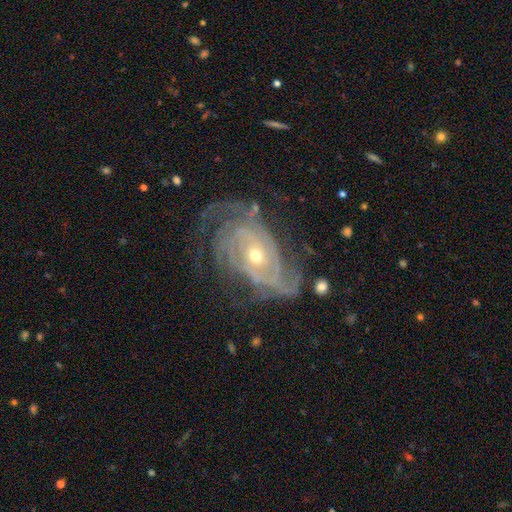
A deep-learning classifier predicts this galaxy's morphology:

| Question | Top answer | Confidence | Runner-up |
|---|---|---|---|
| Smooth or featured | featured or disk | 89% | star or artifact (6%) |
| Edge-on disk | no | 96% | yes (4%) |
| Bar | no | 62% | weak (26%) |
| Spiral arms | yes | 97% | no (3%) |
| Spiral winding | tight | 66% | medium (27%) |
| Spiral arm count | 3 | 25% | can't tell (23%) |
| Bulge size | small | 53% | moderate (43%) |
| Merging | none | 63% | minor disturbance (21%) |